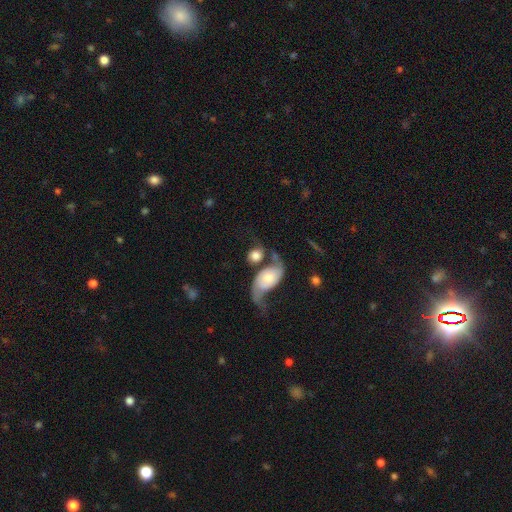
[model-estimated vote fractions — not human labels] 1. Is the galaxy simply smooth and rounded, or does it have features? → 49% smooth, 43% featured or disk, 8% star or artifact.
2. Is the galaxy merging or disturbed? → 39% merger, 30% none, 18% major disturbance, 14% minor disturbance.